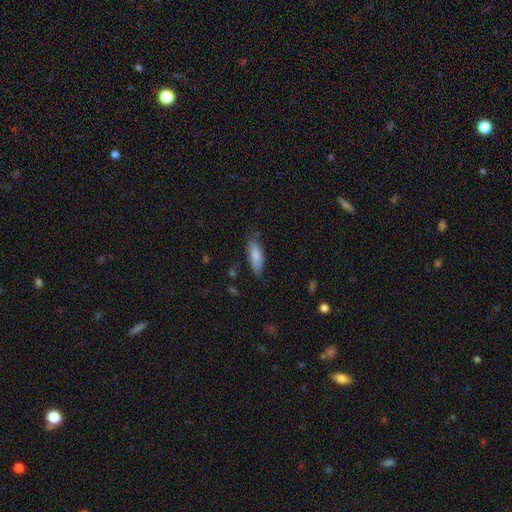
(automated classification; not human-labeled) Smooth or featured? smooth (82%)
How rounded? in between (70%)
Merging? none (71%)